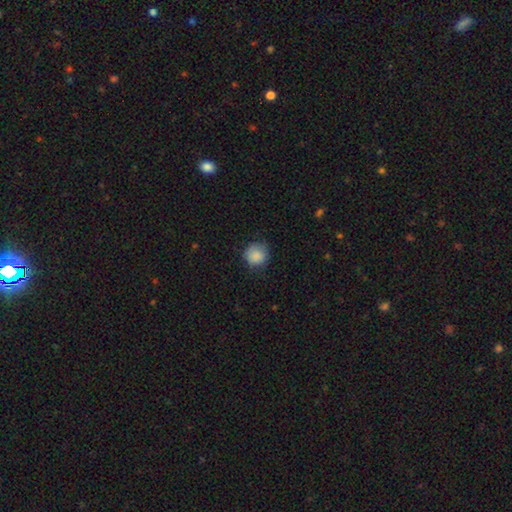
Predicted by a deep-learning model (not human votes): Smooth or featured?
  - smooth: 87% *
  - star or artifact: 8%
  - featured or disk: 5%
How rounded?
  - round: 90% *
  - in between: 9%
  - cigar-shaped: 1%
Merging?
  - none: 75% *
  - minor disturbance: 19%
  - major disturbance: 4%
  - merger: 1%